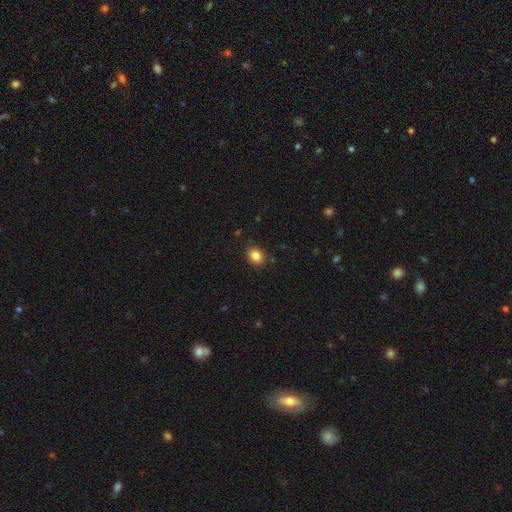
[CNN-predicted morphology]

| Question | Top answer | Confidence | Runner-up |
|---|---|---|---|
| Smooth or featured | smooth | 85% | star or artifact (10%) |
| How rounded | round | 59% | in between (40%) |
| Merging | none | 86% | minor disturbance (10%) |